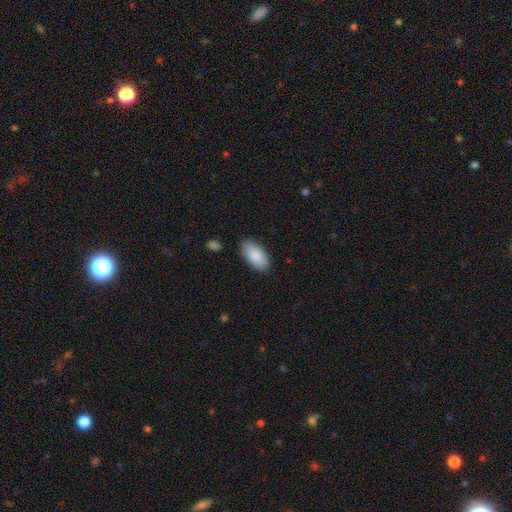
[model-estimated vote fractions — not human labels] smooth-or-featured: smooth: 89% | star or artifact: 6% | featured or disk: 5%
  how-rounded: in between: 93% | cigar-shaped: 5% | round: 2%
  merging: none: 86% | minor disturbance: 10% | major disturbance: 2% | merger: 1%